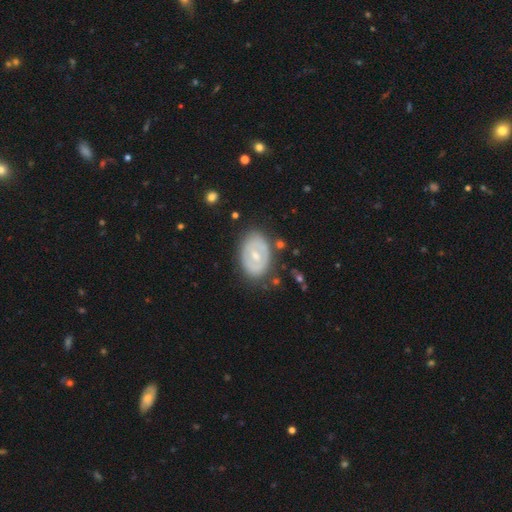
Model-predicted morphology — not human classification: This appears to be a featured or disk galaxy (57%) with no bar (54%), no spiral arms (77%) and a moderate central bulge (55%). Merging: none (76%).